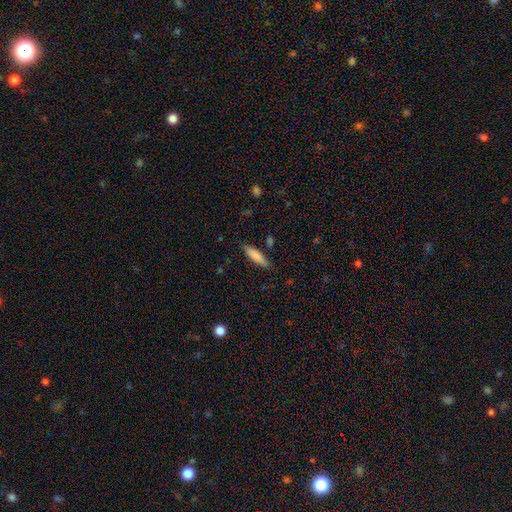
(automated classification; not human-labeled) Smooth or featured? smooth (81%)
How rounded? cigar-shaped (69%)
Merging? none (83%)